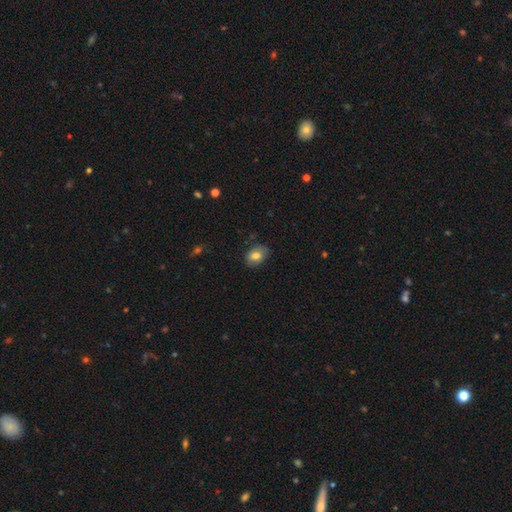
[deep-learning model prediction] Smooth or featured: smooth — 77% (featured or disk — 15%)
How rounded: in between — 78% (round — 21%)
Merging: none — 80% (minor disturbance — 16%)